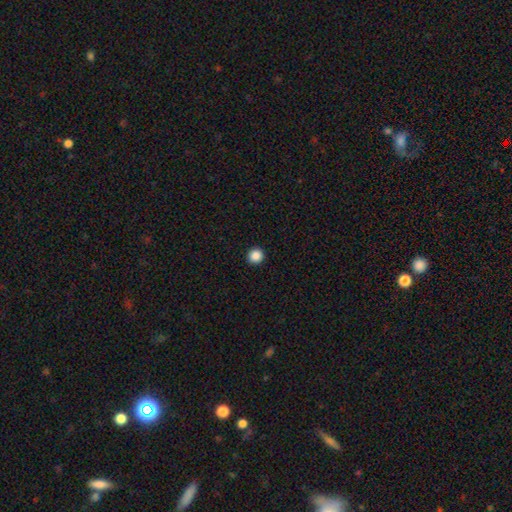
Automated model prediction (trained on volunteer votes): This is clearly a smooth galaxy (87%). How rounded: clearly round (95%). Merging: clearly none (94%).